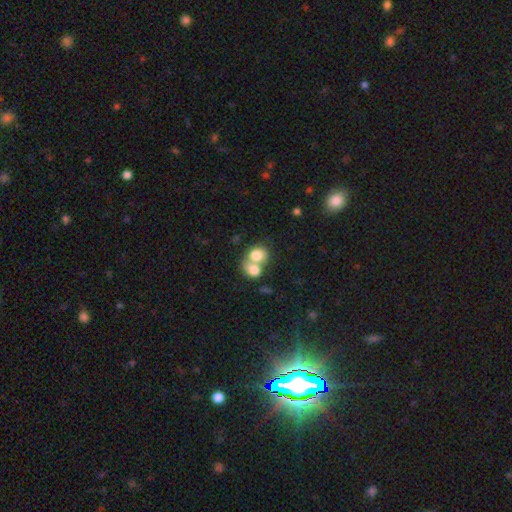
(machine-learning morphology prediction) type=smooth (78%); roundness=round (57%); merging=merger (70%).